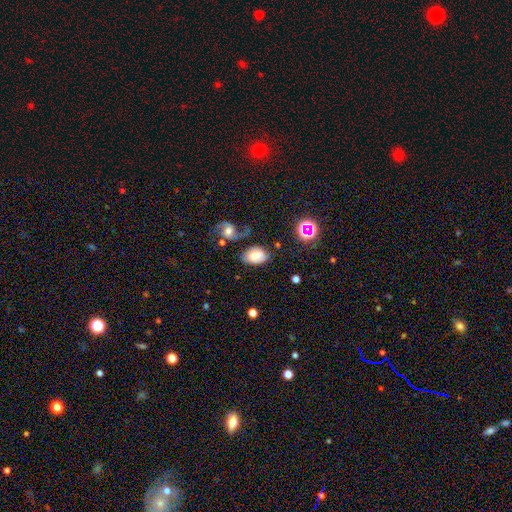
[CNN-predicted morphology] This appears to be a smooth galaxy with no disk features (67%) that is in between round and cigar-shaped (84%). Merging: none (54%).